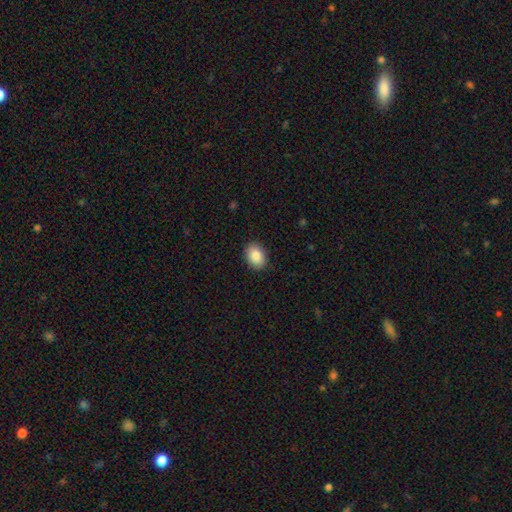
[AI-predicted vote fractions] Morphology: type=smooth (86%); roundness=in between (76%); merging=none (89%).